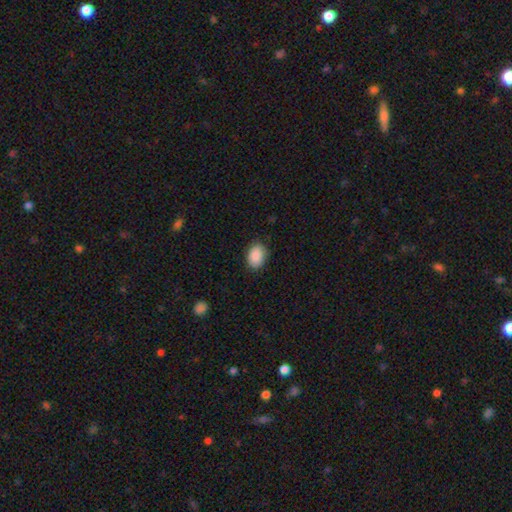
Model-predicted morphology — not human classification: smooth-or-featured: smooth: 89% | star or artifact: 7% | featured or disk: 4%
  how-rounded: in between: 81% | round: 18% | cigar-shaped: 1%
  merging: none: 84% | minor disturbance: 12% | major disturbance: 3% | merger: 1%